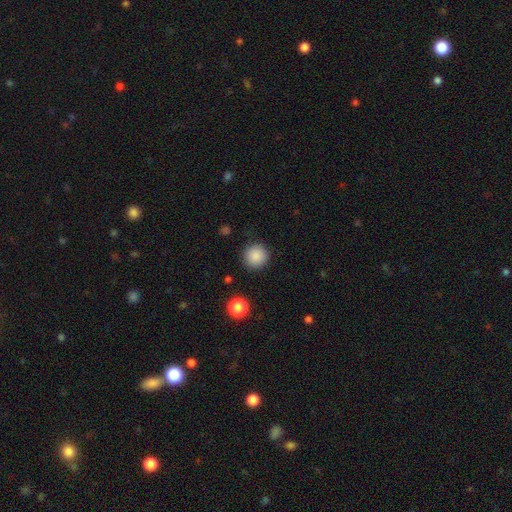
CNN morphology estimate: Smooth or featured? smooth (88%)
How rounded? round (95%)
Merging? none (90%)